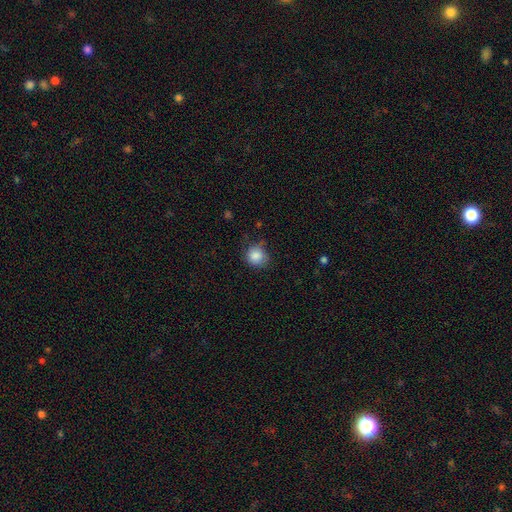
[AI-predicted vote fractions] smooth-or-featured: smooth: 86% | star or artifact: 9% | featured or disk: 5%
  how-rounded: round: 85% | in between: 14% | cigar-shaped: 1%
  merging: none: 64% | minor disturbance: 28% | major disturbance: 7% | merger: 2%